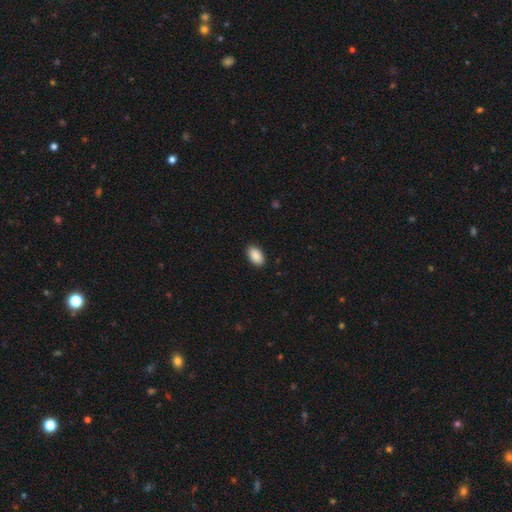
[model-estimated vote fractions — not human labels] This appears to be a smooth galaxy with no disk features (90%) that is in between round and cigar-shaped (93%). Merging: none (90%).